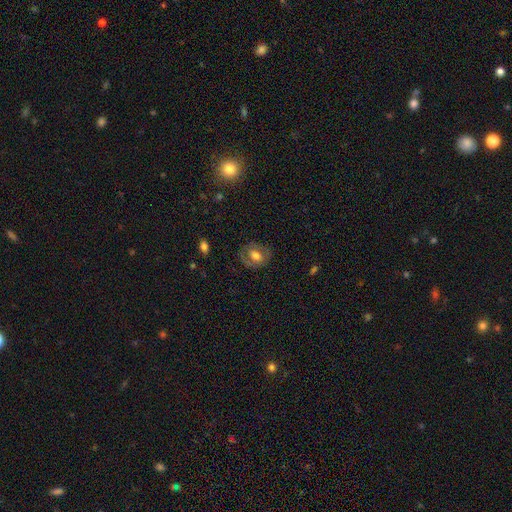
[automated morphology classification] This appears to be a smooth galaxy with no disk features (51%) that is round (50%). Merging: none (79%).